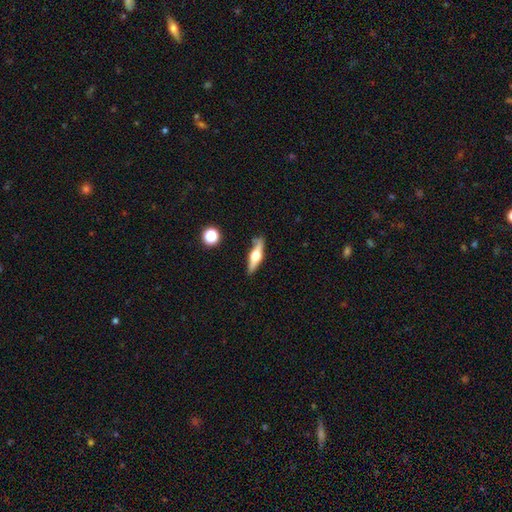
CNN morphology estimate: type=featured or disk (64%); edge-on=yes (94%); edge-on bulge=rounded (95%); merging=none (81%).